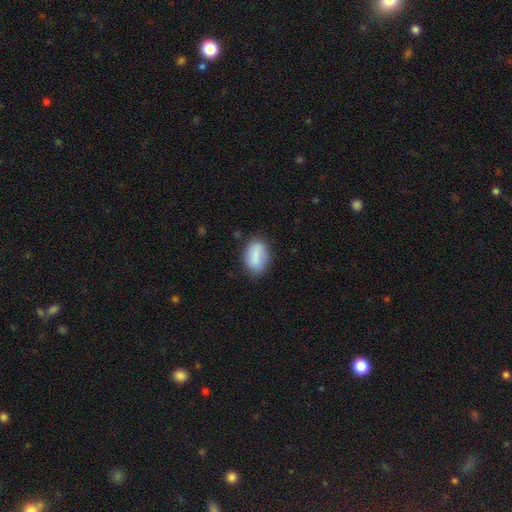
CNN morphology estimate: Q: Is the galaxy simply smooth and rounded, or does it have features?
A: smooth — 81%.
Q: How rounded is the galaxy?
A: in between — 85%.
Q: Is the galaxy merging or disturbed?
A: none — 72%.